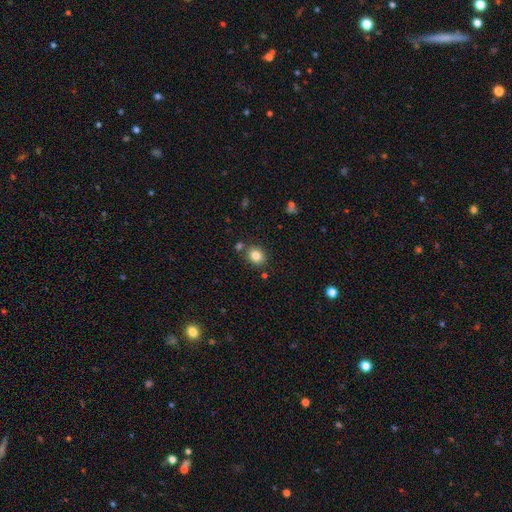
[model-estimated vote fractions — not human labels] Morphology: type=smooth (82%); roundness=round (67%); merging=none (81%).